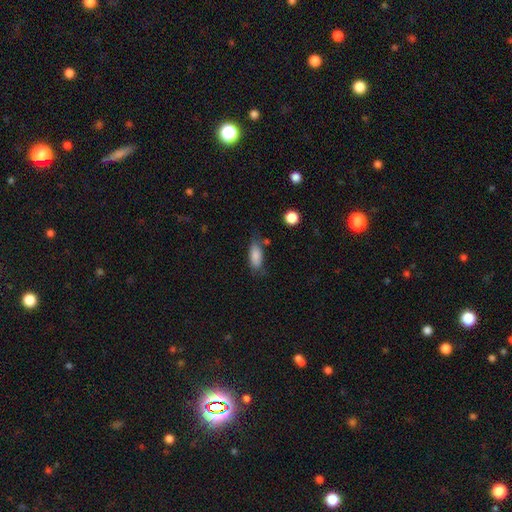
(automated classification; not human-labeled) smooth 82%, featured or disk 10%, star or artifact 7%. Down the decision tree: how rounded — in between (81%); merging — none (60%).